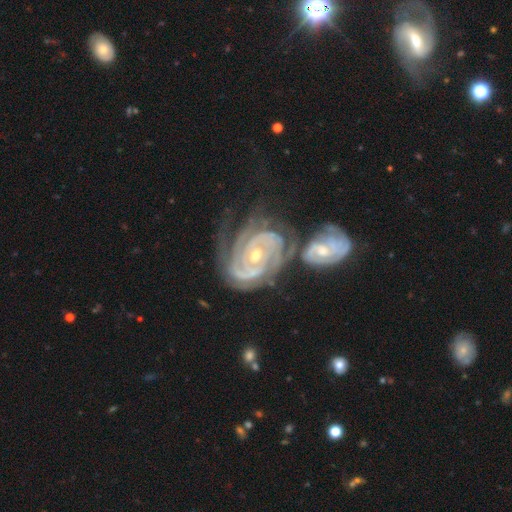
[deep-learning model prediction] The model was most divided on "spiral arm count": 2: 30%, 3: 28%, can't tell: 19%, 4: 10%, more than 4: 6%, 1: 6%. Remaining: spiral arms — yes (98%); edge-on disk — no (97%); smooth or featured — featured or disk (92%); spiral winding — tight (80%); bar — no (59%); bulge size — moderate (56%); merging — merger (38%).